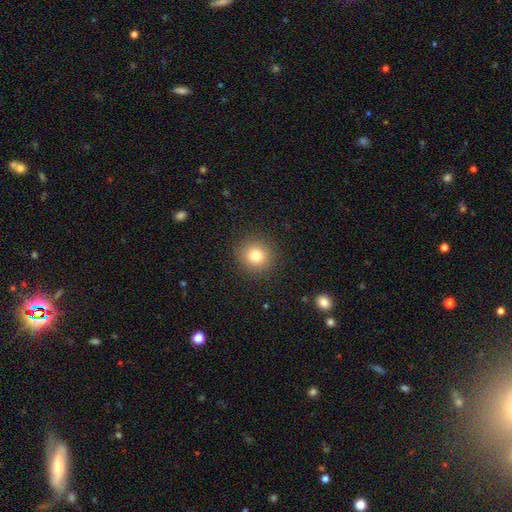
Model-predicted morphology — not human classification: Smooth or featured? smooth (80%)
How rounded? round (91%)
Merging? none (90%)